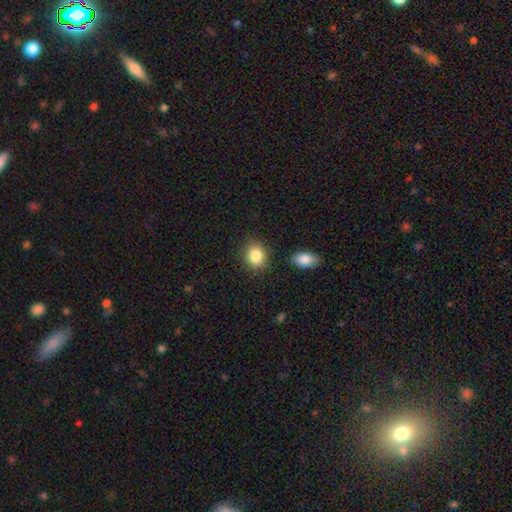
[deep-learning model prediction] Q: Smooth or featured?
A: smooth (85%); runner-up: star or artifact (8%)
Q: How rounded?
A: round (55%); runner-up: in between (44%)
Q: Merging?
A: none (83%); runner-up: minor disturbance (10%)